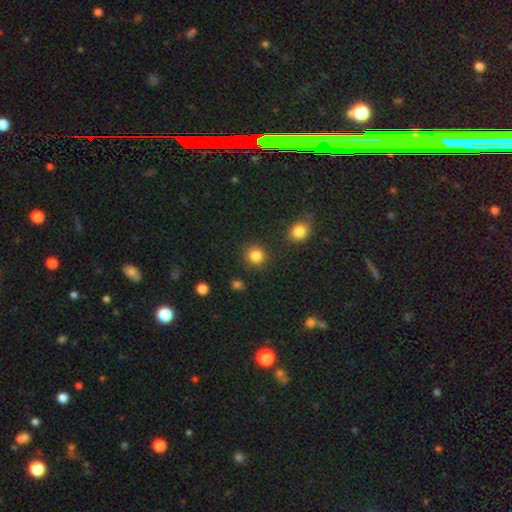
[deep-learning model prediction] Smooth or featured? Predicted: smooth (p=0.85). How rounded? Predicted: round (p=0.90). Merging? Predicted: none (p=0.89).